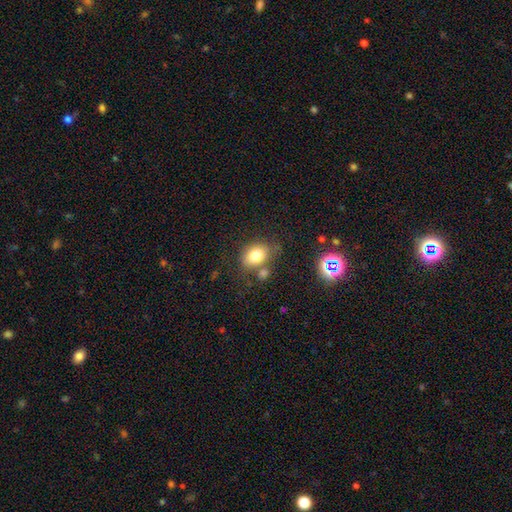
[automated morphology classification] Smooth or featured? smooth (78%)
How rounded? in between (61%)
Merging? none (59%)